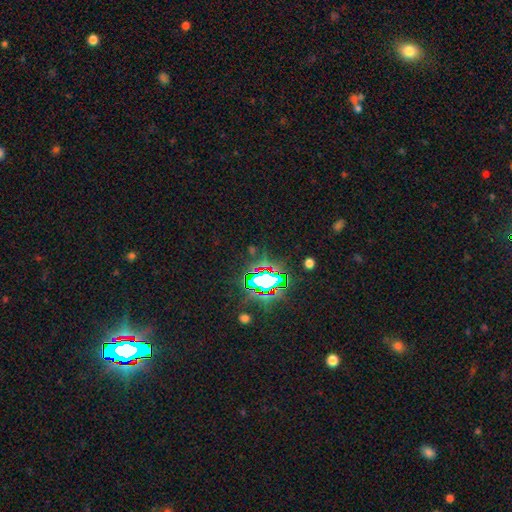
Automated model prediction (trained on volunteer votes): Smooth or featured? star or artifact (83%)